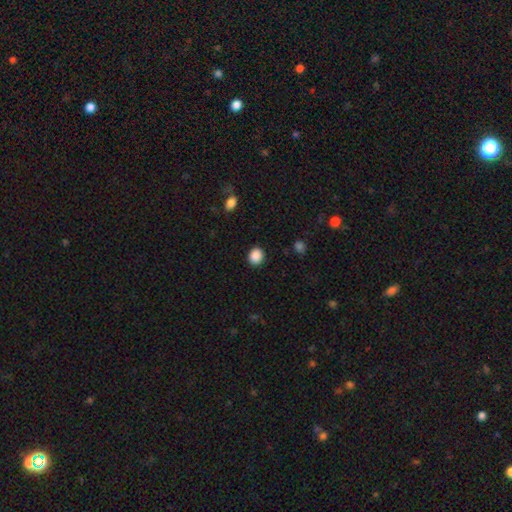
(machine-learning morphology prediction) This appears to be a smooth galaxy with no disk features (89%) that is round (75%). Merging: none (90%).